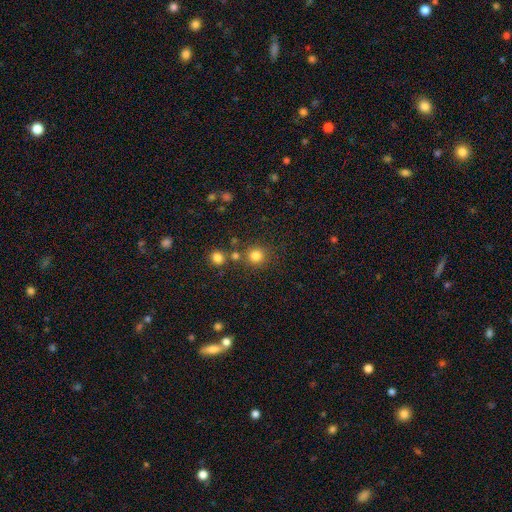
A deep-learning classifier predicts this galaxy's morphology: smooth 81%, star or artifact 14%, featured or disk 5%. Down the decision tree: how rounded — round (91%); merging — none (76%).